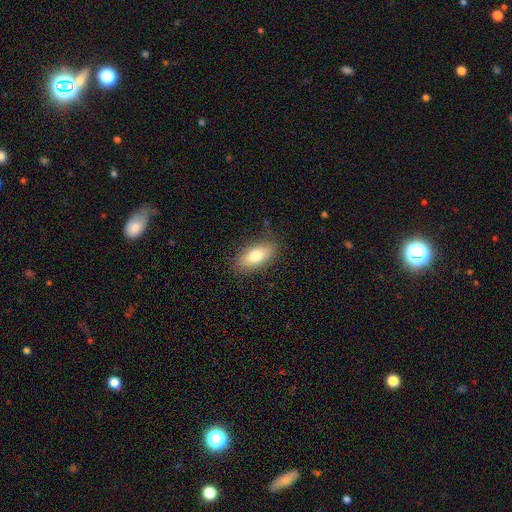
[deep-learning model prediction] Smooth or featured: smooth — 76% (featured or disk — 17%)
How rounded: in between — 86% (cigar-shaped — 10%)
Merging: none — 84% (minor disturbance — 12%)